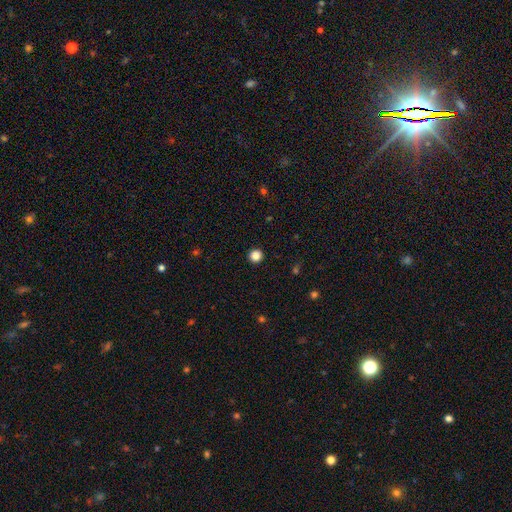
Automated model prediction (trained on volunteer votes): The model was most divided on "smooth or featured": smooth: 85%, star or artifact: 12%, featured or disk: 4%. More confident: how rounded — round (95%); merging — none (94%).